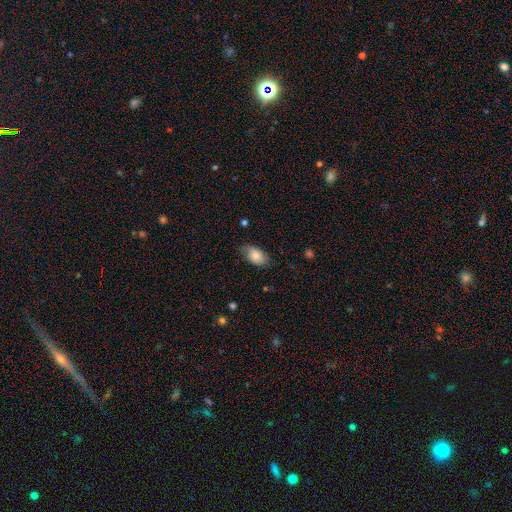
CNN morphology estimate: Smooth or featured: smooth — 76% (featured or disk — 17%)
How rounded: in between — 91% (round — 8%)
Merging: none — 67% (minor disturbance — 26%)